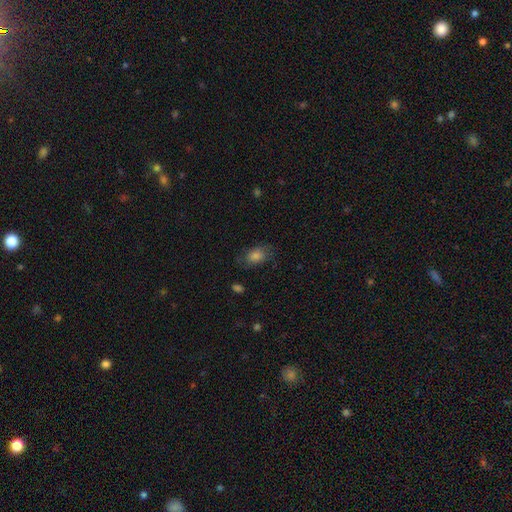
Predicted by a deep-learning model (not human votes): Smooth or featured? smooth (77%)
How rounded? in between (80%)
Merging? none (72%)